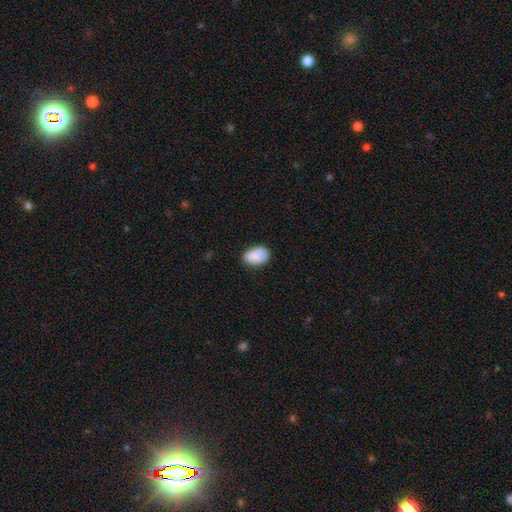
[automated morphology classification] smooth-or-featured: smooth: 87% | star or artifact: 7% | featured or disk: 6%
  how-rounded: in between: 87% | round: 12% | cigar-shaped: 1%
  merging: none: 76% | minor disturbance: 19% | major disturbance: 3% | merger: 1%